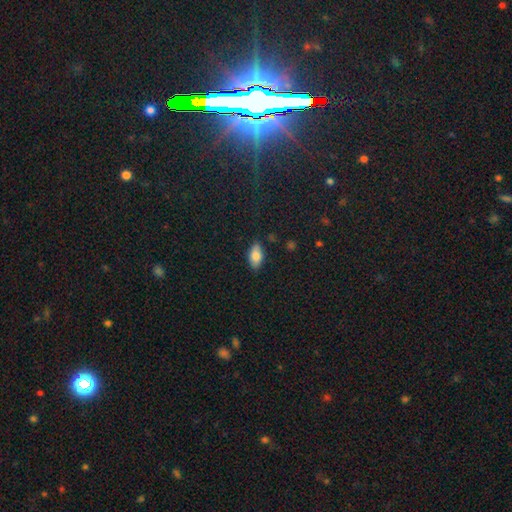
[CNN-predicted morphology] A smooth galaxy with no disk features (81%) that is in between round and cigar-shaped (91%). Merging: none (84%).